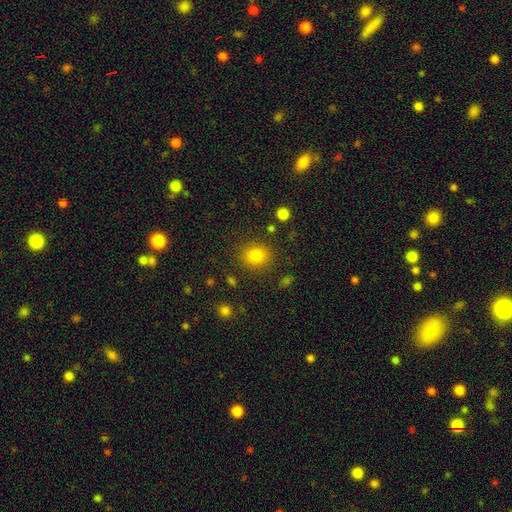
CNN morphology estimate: This appears to be a smooth galaxy with no disk features (82%) that is round (75%). Merging: none (85%).